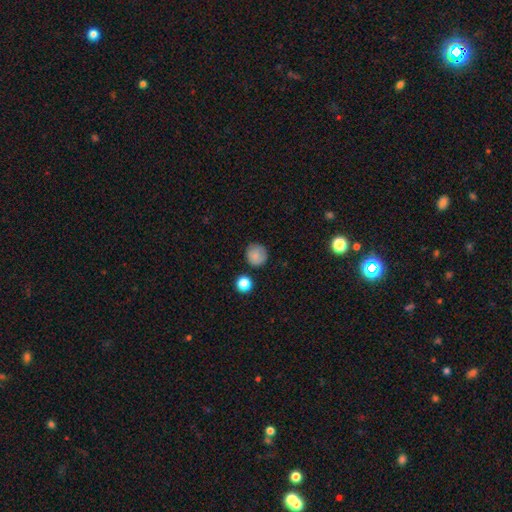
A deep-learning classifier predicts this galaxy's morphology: The model was most divided on "merging": none: 82%, minor disturbance: 12%, major disturbance: 3%, merger: 3%. More confident: how rounded — round (92%); smooth or featured — smooth (82%).